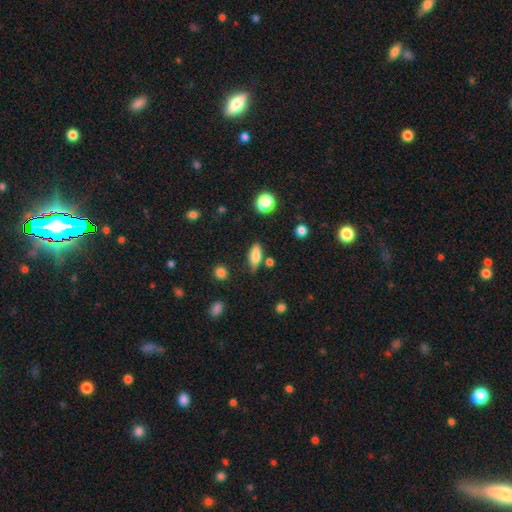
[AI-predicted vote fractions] This is likely a smooth galaxy (77%). How rounded: likely in between (65%). Merging: likely none (73%).